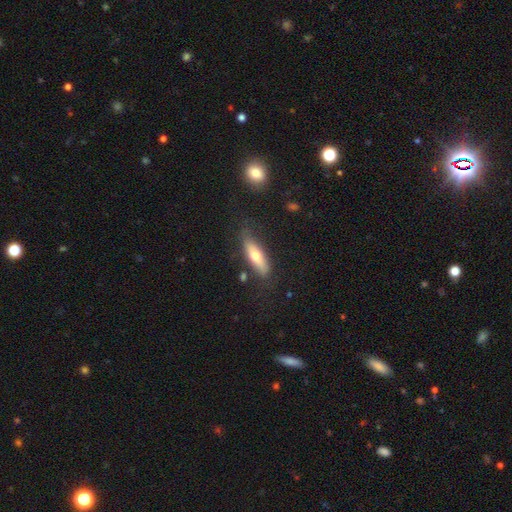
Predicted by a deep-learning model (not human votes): smooth_or_featured: smooth (p=0.60) [alt: featured or disk p=0.34]
how_rounded: cigar-shaped (p=0.53) [alt: in between p=0.45]
merging: none (p=0.75) [alt: minor disturbance p=0.17]